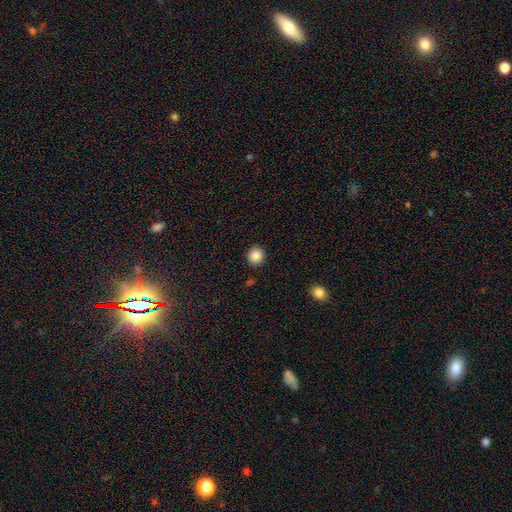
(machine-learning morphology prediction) A smooth galaxy with no disk features (88%) that is round (85%). Merging: none (90%).